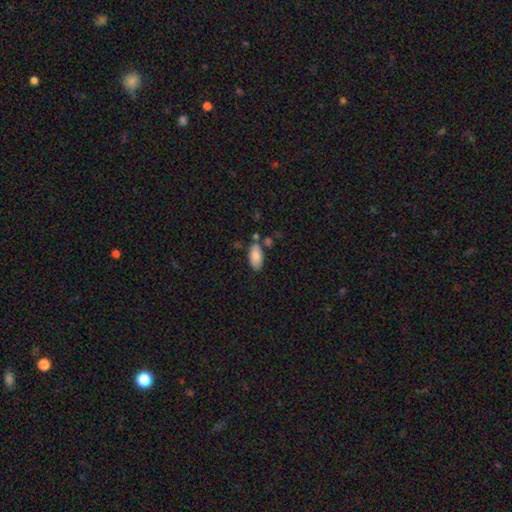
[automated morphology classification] A smooth galaxy with no disk features (87%) that is in between round and cigar-shaped (93%).

Vote fractions:
- Smooth or featured? smooth: 87% / star or artifact: 7% / featured or disk: 6%
- How rounded? in between: 93% / cigar-shaped: 5% / round: 2%
- Merging? none: 69% / minor disturbance: 16% / merger: 11% / major disturbance: 4%